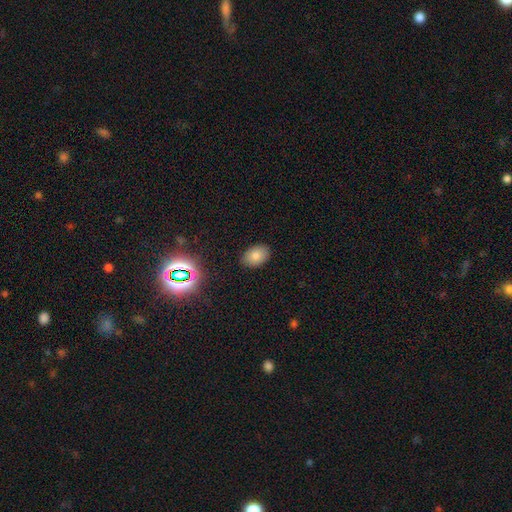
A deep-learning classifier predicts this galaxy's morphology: The model was most divided on "smooth or featured": smooth: 79%, star or artifact: 12%, featured or disk: 9%. More confident: merging — none (86%); how rounded — in between (84%).